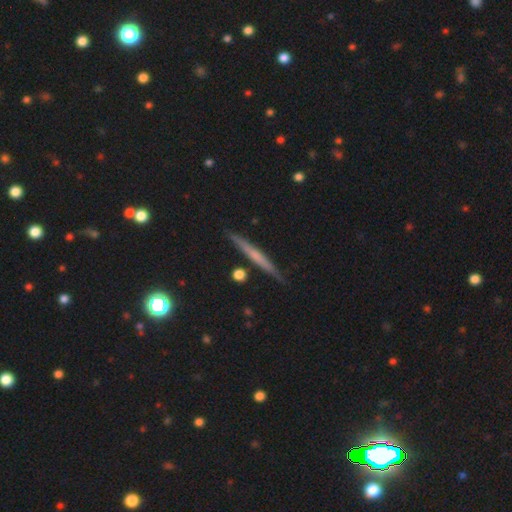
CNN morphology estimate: Smooth or featured: featured or disk — 51% (smooth — 42%)
Edge-on disk: yes — 97% (no — 3%)
Merging: none — 88% (minor disturbance — 8%)